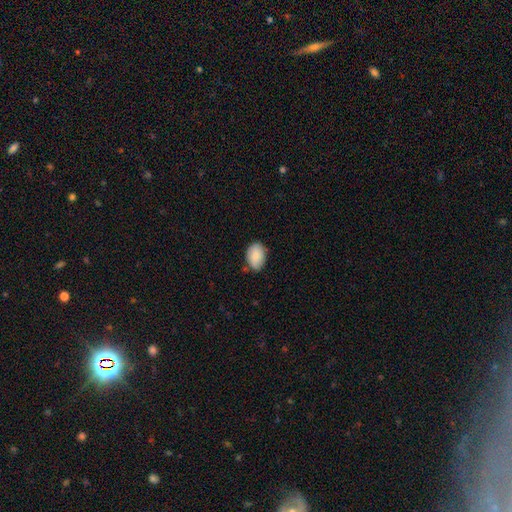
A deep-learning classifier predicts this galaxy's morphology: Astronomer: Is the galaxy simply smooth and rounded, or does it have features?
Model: smooth — 86%.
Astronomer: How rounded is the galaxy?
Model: in between — 83%.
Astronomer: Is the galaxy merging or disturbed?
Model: none — 69%.